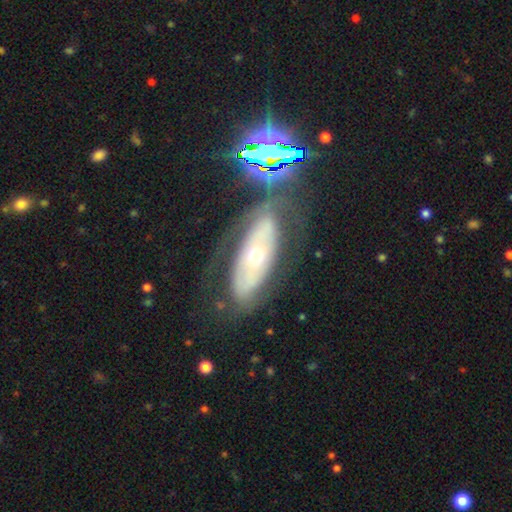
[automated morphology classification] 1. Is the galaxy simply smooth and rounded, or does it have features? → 62% featured or disk, 23% smooth, 15% star or artifact.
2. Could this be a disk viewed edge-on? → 79% no, 21% yes.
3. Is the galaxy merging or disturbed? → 66% none, 17% minor disturbance, 12% major disturbance, 5% merger.